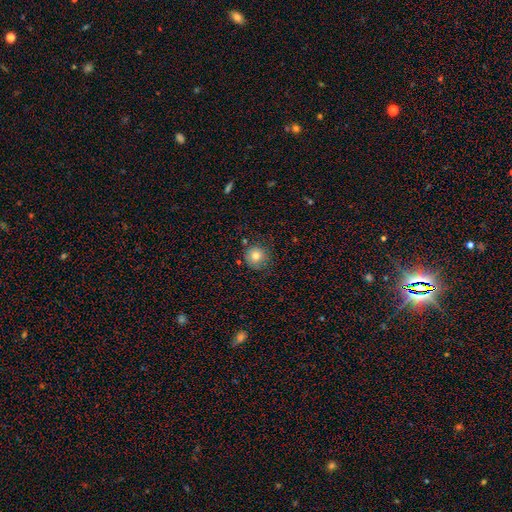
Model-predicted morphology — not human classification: A smooth galaxy with no disk features (80%) that is round (94%). Merging: none (80%).